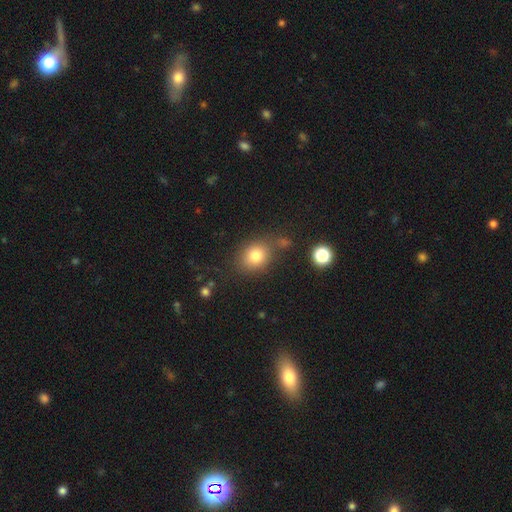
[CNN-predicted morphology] Smooth or featured?
  - smooth: 80% *
  - star or artifact: 11%
  - featured or disk: 9%
How rounded?
  - round: 59% *
  - in between: 40%
  - cigar-shaped: 1%
Merging?
  - none: 71% *
  - minor disturbance: 15%
  - merger: 8%
  - major disturbance: 6%